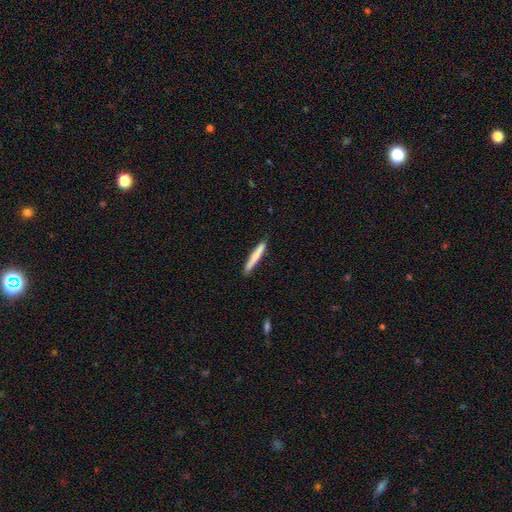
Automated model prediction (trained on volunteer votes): Q: Smooth or featured?
A: smooth (74%); runner-up: featured or disk (21%)
Q: How rounded?
A: cigar-shaped (95%); runner-up: in between (3%)
Q: Merging?
A: none (85%); runner-up: minor disturbance (12%)